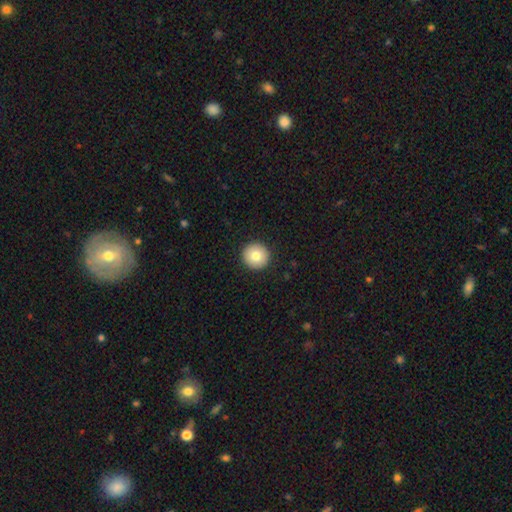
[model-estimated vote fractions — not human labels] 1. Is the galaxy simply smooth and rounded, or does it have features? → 81% smooth, 11% featured or disk, 8% star or artifact.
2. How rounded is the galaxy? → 95% round, 4% in between, 1% cigar-shaped.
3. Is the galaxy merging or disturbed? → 93% none, 5% minor disturbance, 1% major disturbance, 1% merger.